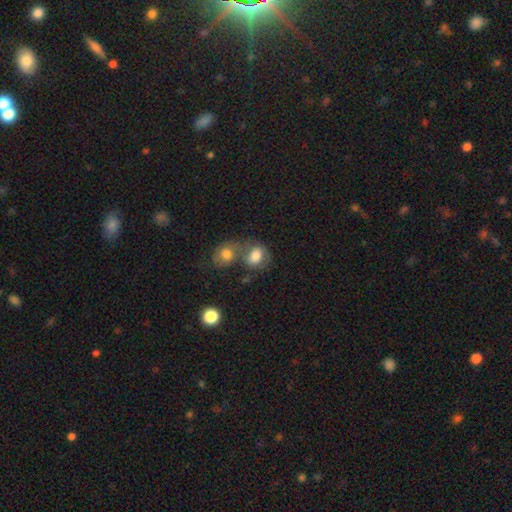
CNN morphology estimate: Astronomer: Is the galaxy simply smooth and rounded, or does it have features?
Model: smooth — 73%.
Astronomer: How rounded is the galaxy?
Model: in between — 63%.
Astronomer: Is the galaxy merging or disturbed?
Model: merger — 50% (runner-up: none, 29%).